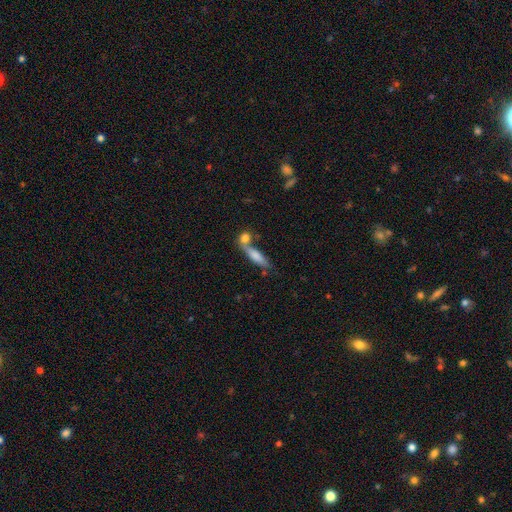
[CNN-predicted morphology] type=smooth (69%); roundness=cigar-shaped (65%); merging=none (42%).